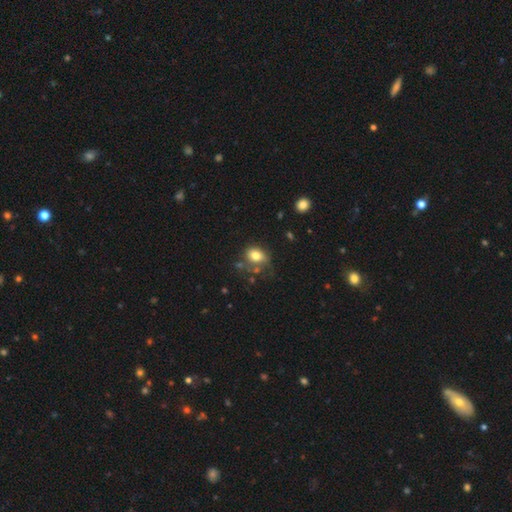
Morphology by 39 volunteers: A smooth galaxy with no disk features (82%) that is in between round and cigar-shaped (66%).

Vote fractions:
- Smooth or featured? smooth: 82% / featured or disk: 10% / star or artifact: 8%
- How rounded? in between: 66% / round: 34% / cigar-shaped: 0%
- Merging? none: 50% / minor disturbance: 31% / major disturbance: 11% / merger: 8%